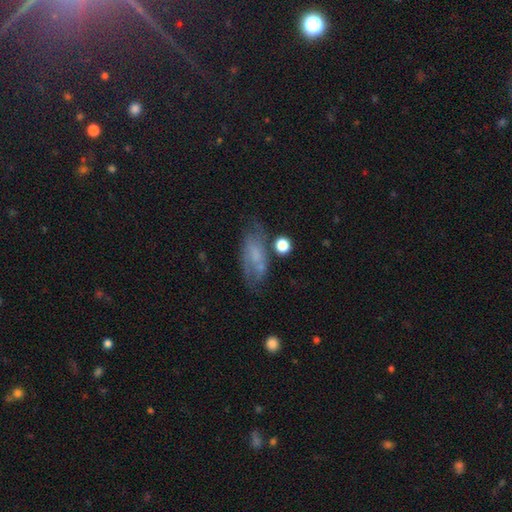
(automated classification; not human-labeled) The model was most divided on "smooth or featured": featured or disk: 45%, smooth: 43%, star or artifact: 11%. More confident: merging — none (56%).